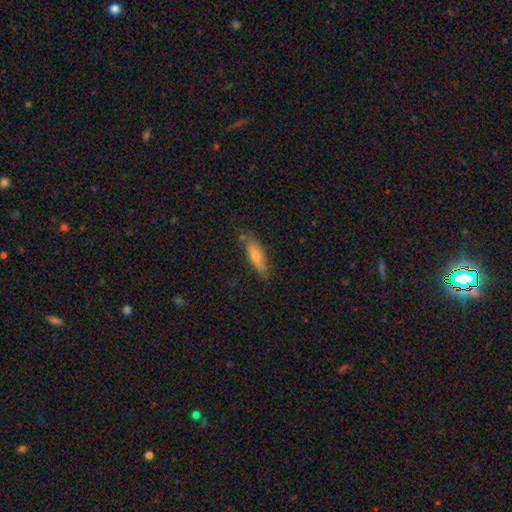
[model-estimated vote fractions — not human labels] Q: Smooth or featured?
A: smooth (59%); runner-up: featured or disk (34%)
Q: How rounded?
A: cigar-shaped (71%); runner-up: in between (27%)
Q: Merging?
A: none (77%); runner-up: minor disturbance (18%)